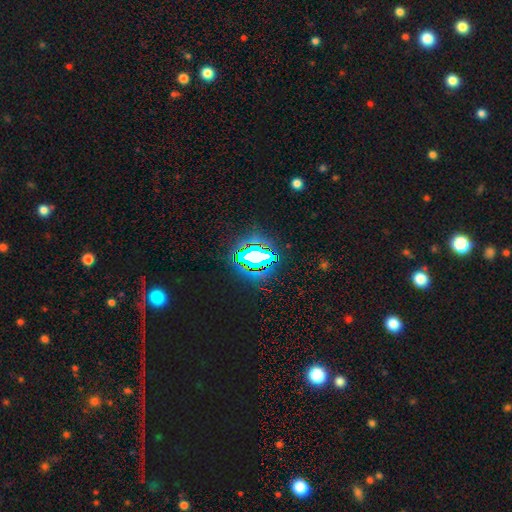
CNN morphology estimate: Smooth or featured: star or artifact — 65% (smooth — 21%)